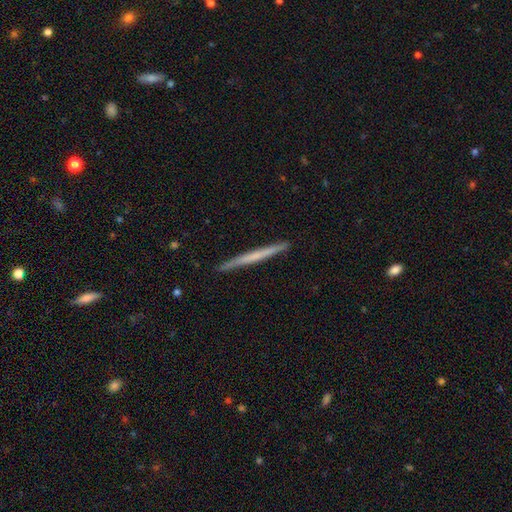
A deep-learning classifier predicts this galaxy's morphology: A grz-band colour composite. It shows a featured or disk galaxy (51%) viewed edge-on (98%). Merging: none (92%).